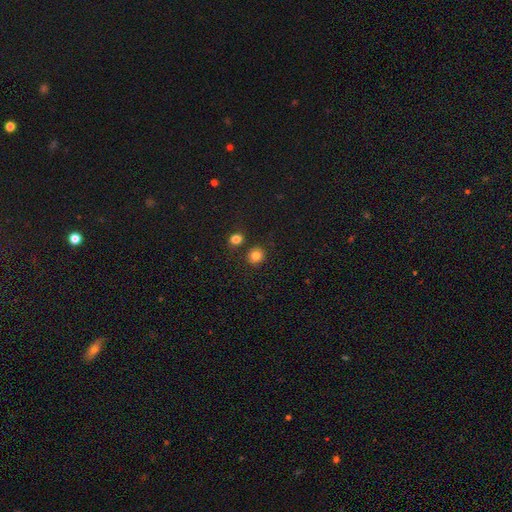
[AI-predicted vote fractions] Q: Smooth or featured?
A: smooth (83%); runner-up: star or artifact (12%)
Q: How rounded?
A: round (86%); runner-up: in between (13%)
Q: Merging?
A: none (82%); runner-up: merger (8%)